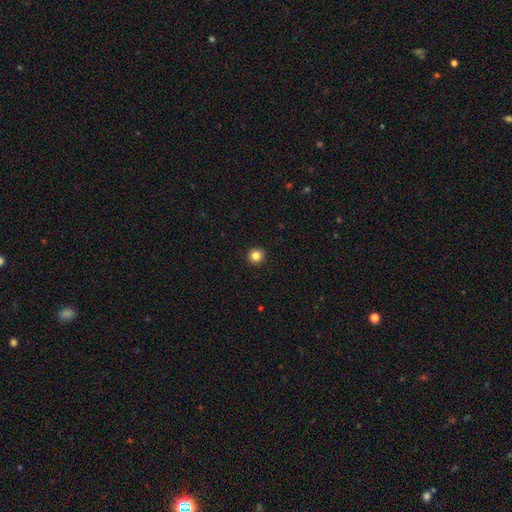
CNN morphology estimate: A smooth galaxy with no disk features (84%) that is round (95%).

Vote fractions:
- Smooth or featured? smooth: 84% / star or artifact: 11% / featured or disk: 4%
- How rounded? round: 95% / in between: 4% / cigar-shaped: 1%
- Merging? none: 94% / minor disturbance: 4% / major disturbance: 1% / merger: 1%